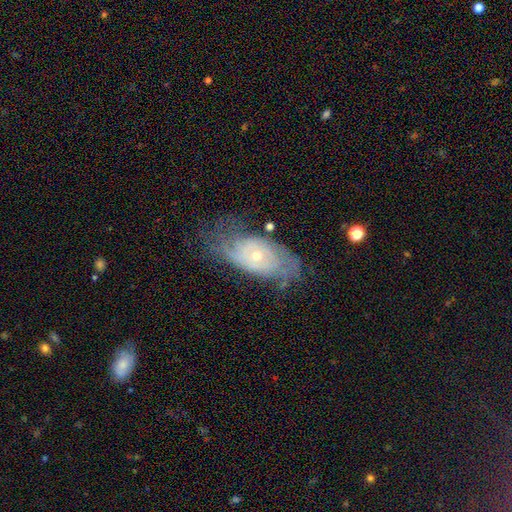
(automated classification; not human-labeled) Overall: featured or disk (76%). Edge-on disk: no (93%). Bar: no (77%). Spiral arms: yes (86%). Spiral arm count: can't tell (44%; 2 35%). Spiral winding: tight (59%; medium 29%). Bulge size: small (63%; moderate 34%). Merging: none (58%; minor disturbance 25%).